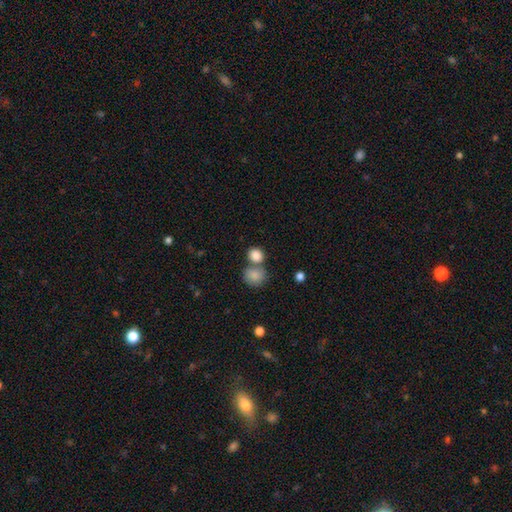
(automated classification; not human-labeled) smooth_or_featured: smooth (p=0.85) [alt: star or artifact p=0.09]
how_rounded: round (p=0.73) [alt: in between p=0.25]
merging: none (p=0.47) [alt: merger p=0.42]